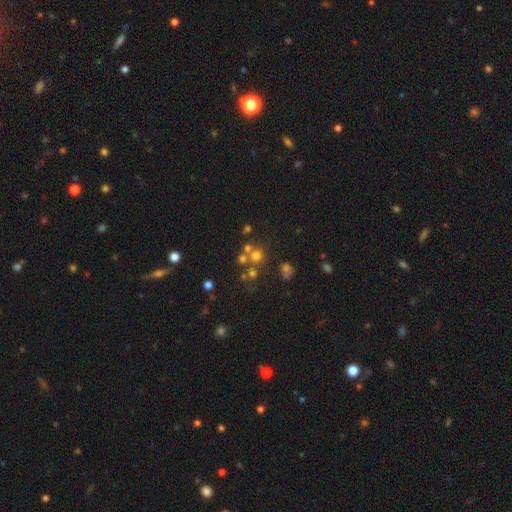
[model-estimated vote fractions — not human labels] This is possibly a smooth galaxy (59%). How rounded: clearly round (89%). Merging: likely none (61%).